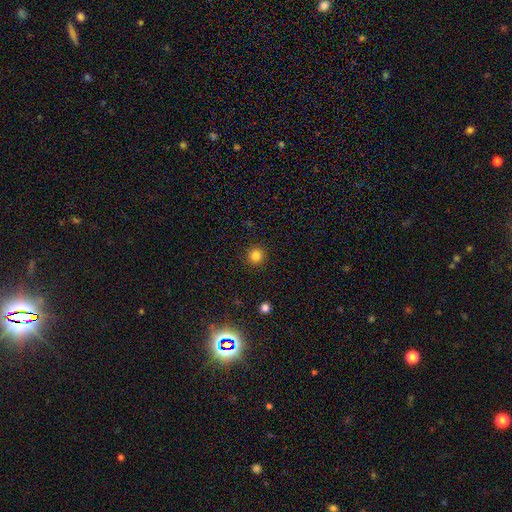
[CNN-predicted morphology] This appears to be a smooth galaxy with no disk features (83%) that is round (95%). Merging: none (92%).